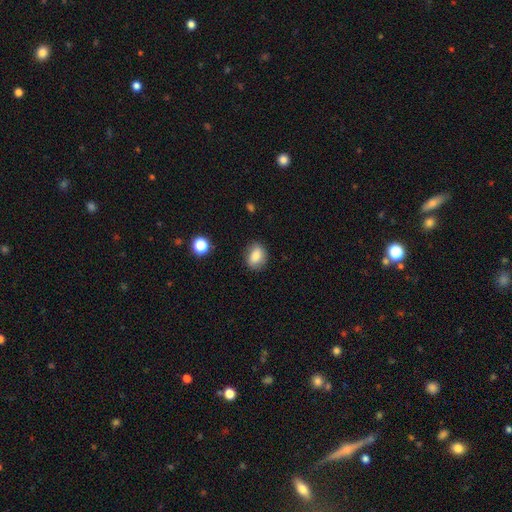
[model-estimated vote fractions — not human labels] Q: Smooth or featured?
A: smooth (81%); runner-up: featured or disk (10%)
Q: How rounded?
A: in between (53%); runner-up: round (45%)
Q: Merging?
A: none (81%); runner-up: minor disturbance (14%)